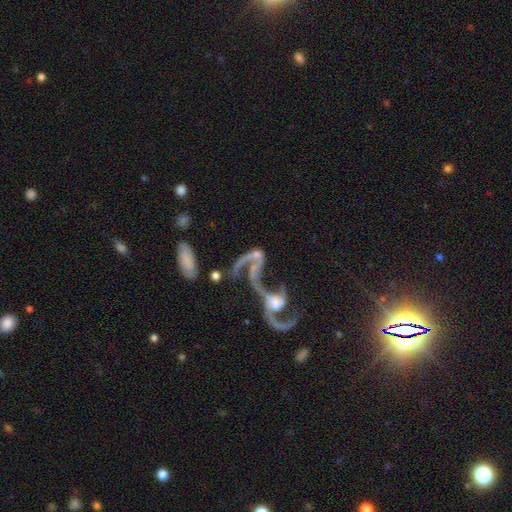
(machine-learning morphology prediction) Smooth or featured?
  - featured or disk: 71% *
  - smooth: 18%
  - star or artifact: 11%
Edge-on disk?
  - no: 93% *
  - yes: 7%
Bar?
  - no: 64% *
  - weak: 24%
  - strong: 12%
Spiral arms?
  - yes: 69% *
  - no: 31%
Bulge size?
  - none: 37% *
  - small: 32%
  - moderate: 22%
  - large: 5%
  - dominant: 3%
Merging?
  - merger: 57% *
  - major disturbance: 23%
  - none: 13%
  - minor disturbance: 7%